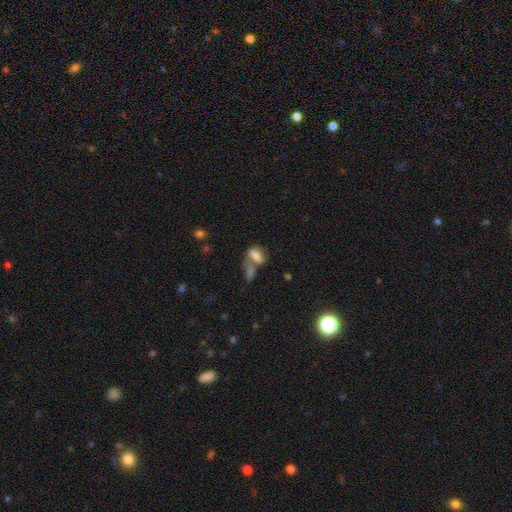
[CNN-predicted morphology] smooth 69%, featured or disk 19%, star or artifact 12%. Down the decision tree: how rounded — in between (81%); merging — merger (47%).